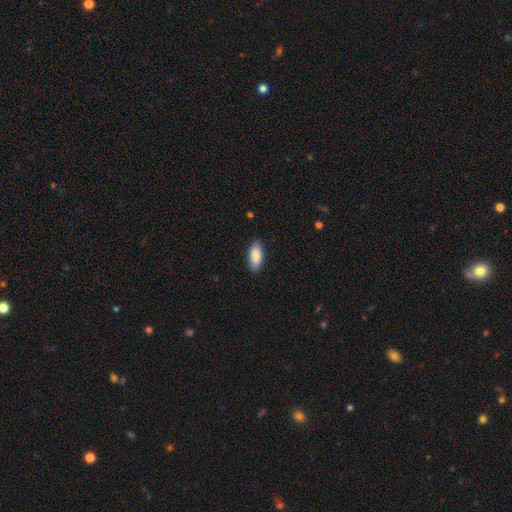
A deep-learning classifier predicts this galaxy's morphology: This appears to be a smooth galaxy with no disk features (88%) that is in between round and cigar-shaped (89%). Merging: none (84%).